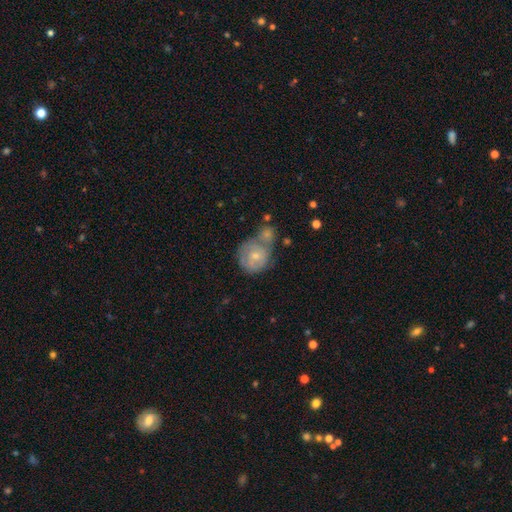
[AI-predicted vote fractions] Morphology: type=smooth (53%); roundness=round (81%); merging=merger (45%).